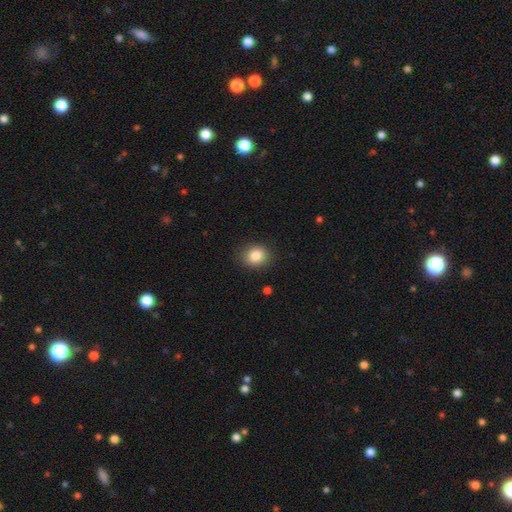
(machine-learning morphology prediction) smooth_or_featured: smooth (p=0.85) [alt: star or artifact p=0.09]
how_rounded: round (p=0.58) [alt: in between p=0.41]
merging: none (p=0.86) [alt: minor disturbance p=0.10]